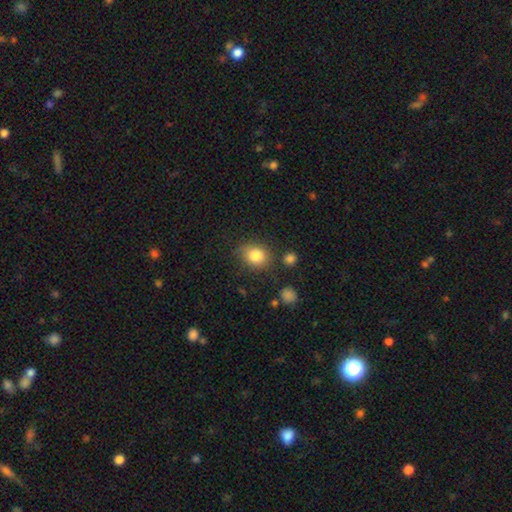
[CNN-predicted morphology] Smooth or featured? Predicted: smooth (p=0.83). How rounded? Predicted: round (p=0.58). Merging? Predicted: none (p=0.77).